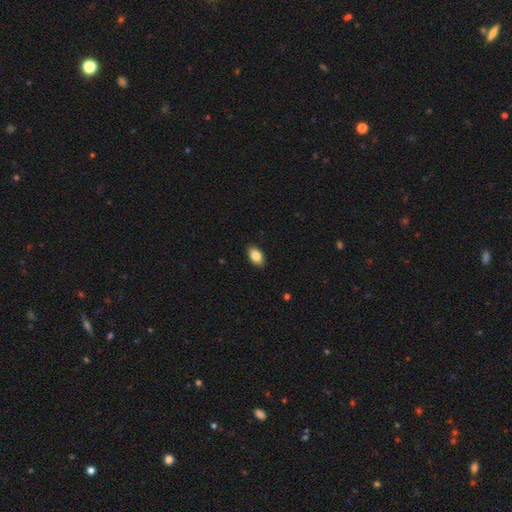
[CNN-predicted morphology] Smooth or featured? Predicted: smooth (p=0.85). How rounded? Predicted: in between (p=0.91). Merging? Predicted: none (p=0.89).